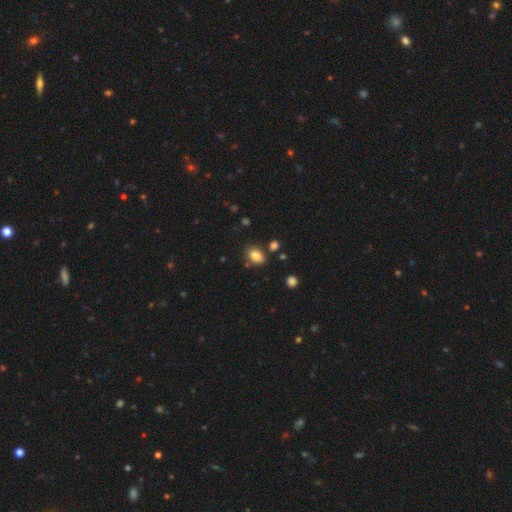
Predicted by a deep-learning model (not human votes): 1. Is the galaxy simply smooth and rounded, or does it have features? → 84% smooth, 10% star or artifact, 6% featured or disk.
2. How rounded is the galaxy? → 81% in between, 18% round, 1% cigar-shaped.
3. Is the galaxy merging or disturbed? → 77% none, 13% minor disturbance, 6% merger, 3% major disturbance.